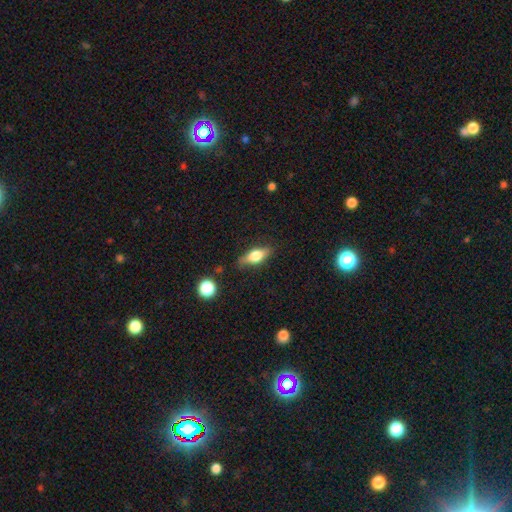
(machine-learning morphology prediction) This appears to be a smooth galaxy with no disk features (56%) that is in between round and cigar-shaped (69%). Merging: none (79%).